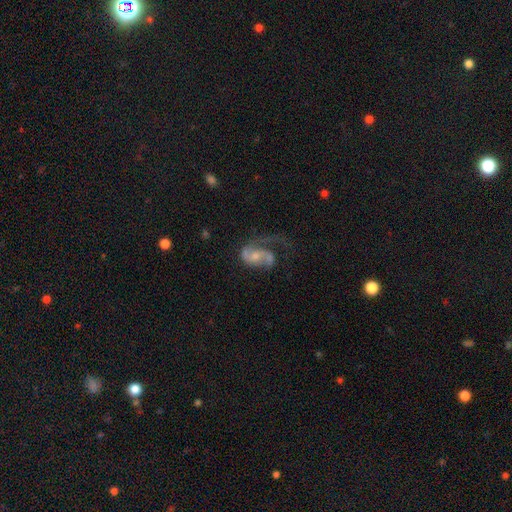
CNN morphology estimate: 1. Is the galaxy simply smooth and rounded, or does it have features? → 80% featured or disk, 14% smooth, 7% star or artifact.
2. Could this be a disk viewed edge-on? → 97% no, 3% yes.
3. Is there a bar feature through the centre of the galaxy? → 60% no, 33% weak, 7% strong.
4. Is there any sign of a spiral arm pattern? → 91% yes, 9% no.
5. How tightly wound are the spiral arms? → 44% loose, 42% medium, 14% tight.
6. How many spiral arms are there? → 68% 2, 22% 1, 6% can't tell, 2% 3, 1% 4, 1% more than 4.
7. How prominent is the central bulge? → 45% small, 38% moderate, 11% none, 4% large, 1% dominant.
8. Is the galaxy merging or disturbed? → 41% major disturbance, 35% none, 19% minor disturbance, 6% merger.